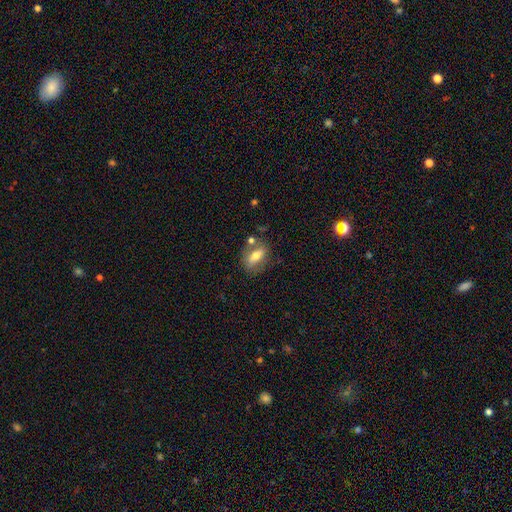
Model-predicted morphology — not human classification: Smooth or featured? Predicted: smooth (p=0.58). How rounded? Predicted: in between (p=0.76). Merging? Predicted: none (p=0.65).